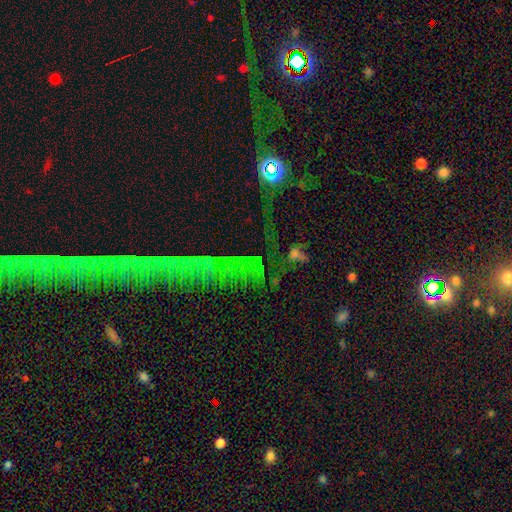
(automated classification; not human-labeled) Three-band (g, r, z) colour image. It shows a star or artifact, not a galaxy (66%).